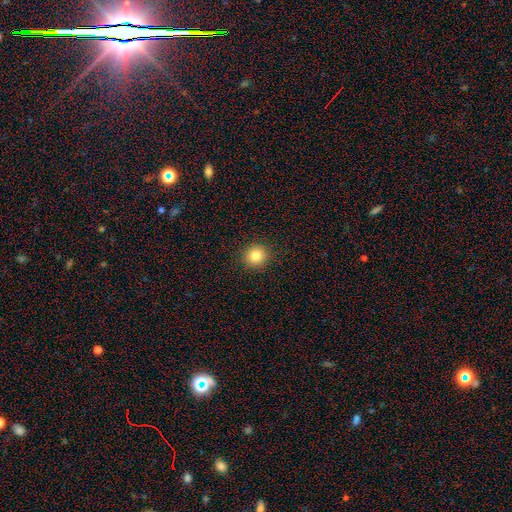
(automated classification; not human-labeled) Smooth or featured: smooth — 83% (star or artifact — 11%)
How rounded: round — 89% (in between — 10%)
Merging: none — 91% (minor disturbance — 6%)